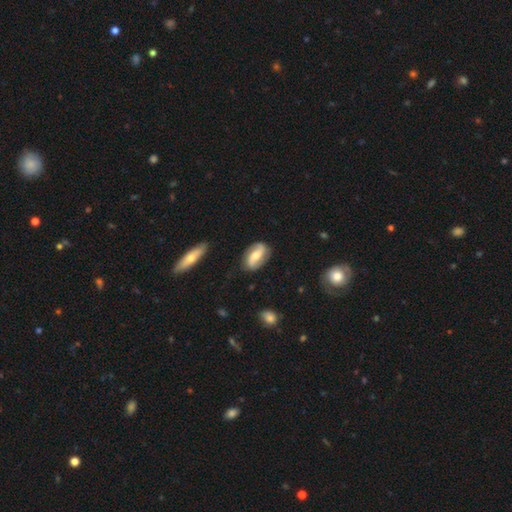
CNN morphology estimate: Overall: featured or disk (73%). Edge-on disk: no (95%). Bar: no (38%; weak 37%). Spiral arms: yes (93%). Spiral arm count: 2 (91%). Spiral winding: loose (40%; medium 39%). Bulge size: moderate (58%; small 29%). Merging: none (81%).